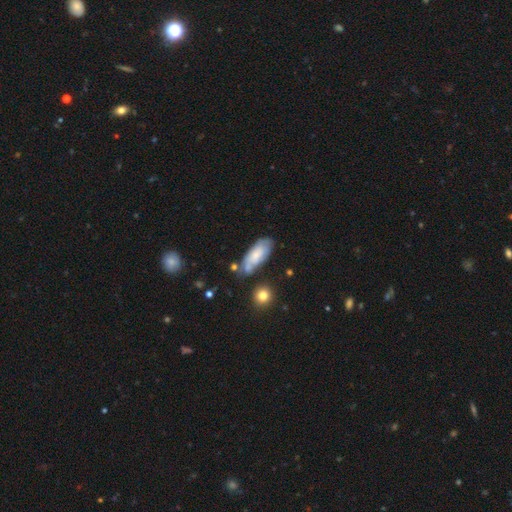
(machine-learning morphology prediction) smooth-or-featured: smooth: 62% | featured or disk: 31% | star or artifact: 7%
  how-rounded: in between: 81% | cigar-shaped: 16% | round: 2%
  merging: none: 57% | minor disturbance: 25% | merger: 11% | major disturbance: 7%